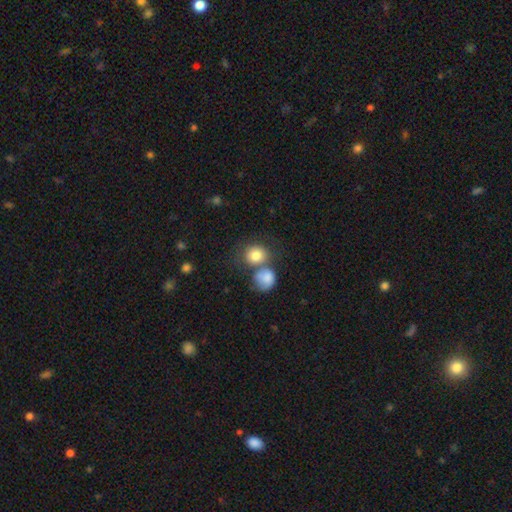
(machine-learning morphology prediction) Smooth or featured: smooth — 82% (featured or disk — 9%)
How rounded: round — 77% (in between — 22%)
Merging: none — 43% (merger — 41%)